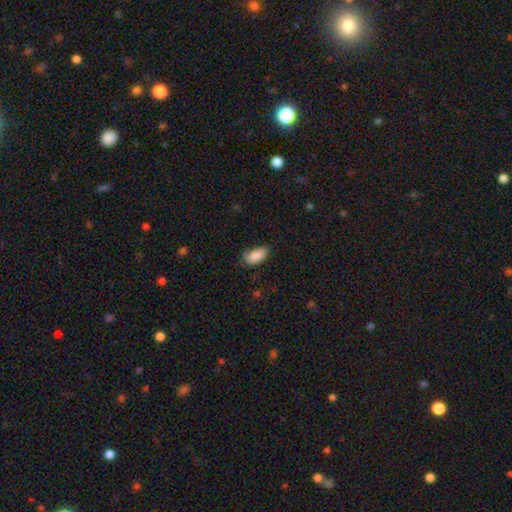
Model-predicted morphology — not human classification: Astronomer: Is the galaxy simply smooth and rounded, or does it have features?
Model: smooth — 88%.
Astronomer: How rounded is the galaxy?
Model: in between — 93%.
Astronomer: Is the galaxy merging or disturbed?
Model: none — 64%.